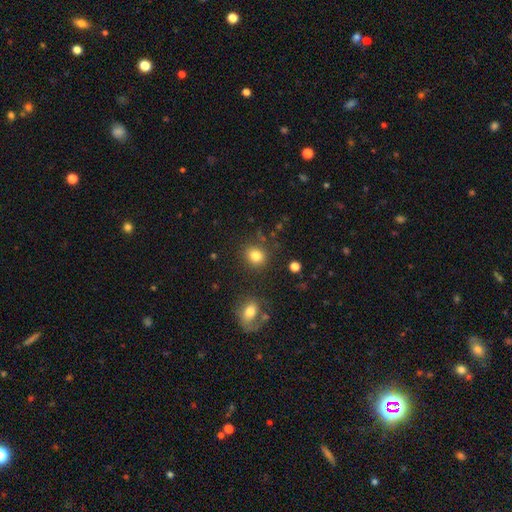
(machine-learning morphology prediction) This appears to be a smooth galaxy with no disk features (82%) that is round (63%). Merging: none (81%).